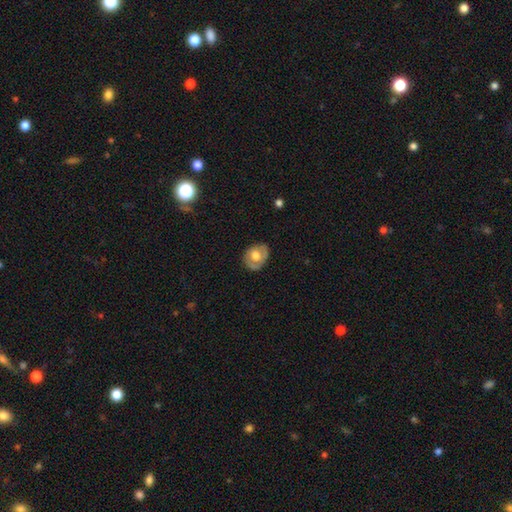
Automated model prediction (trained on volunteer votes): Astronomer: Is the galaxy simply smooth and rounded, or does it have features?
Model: smooth — 50% (runner-up: featured or disk, 44%).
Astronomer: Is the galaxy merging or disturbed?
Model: none — 75%.